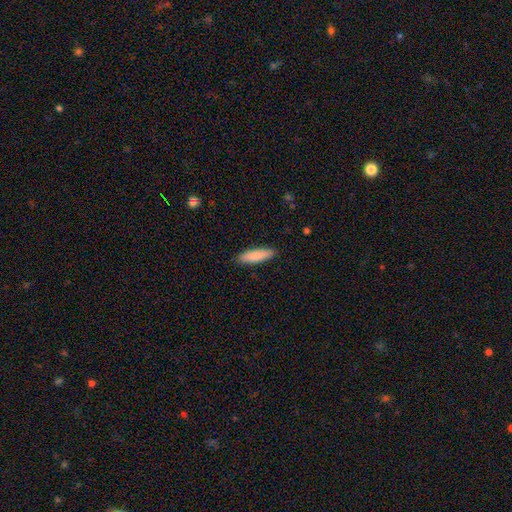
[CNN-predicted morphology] smooth 87%, featured or disk 8%, star or artifact 5%. Down the decision tree: how rounded — cigar-shaped (69%); merging — none (90%).